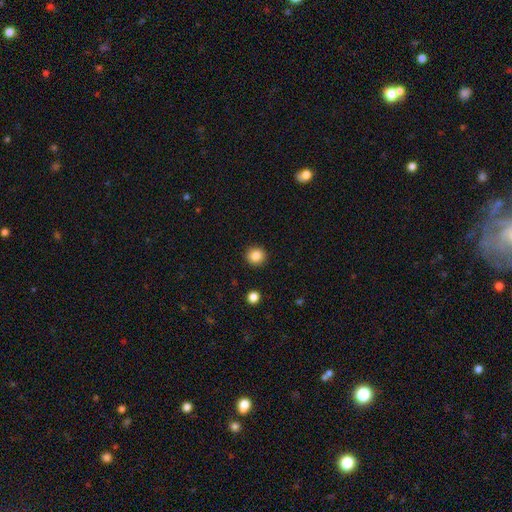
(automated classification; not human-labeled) Q: Smooth or featured?
A: smooth (85%); runner-up: star or artifact (10%)
Q: How rounded?
A: round (93%); runner-up: in between (6%)
Q: Merging?
A: none (92%); runner-up: minor disturbance (5%)